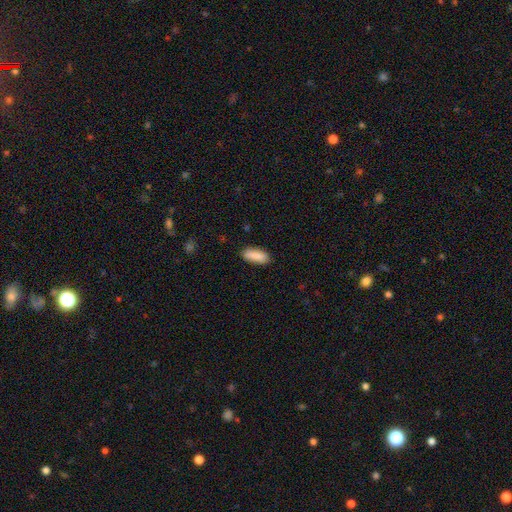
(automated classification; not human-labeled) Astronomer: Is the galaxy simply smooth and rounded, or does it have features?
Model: smooth — 89%.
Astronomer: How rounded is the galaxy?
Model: in between — 72%.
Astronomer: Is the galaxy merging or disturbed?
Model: none — 84%.